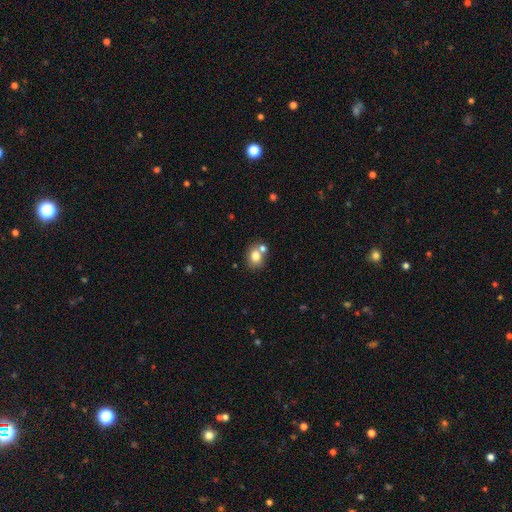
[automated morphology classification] smooth_or_featured: smooth (p=0.77) [alt: featured or disk p=0.12]
how_rounded: round (p=0.61) [alt: in between p=0.38]
merging: none (p=0.54) [alt: merger p=0.31]